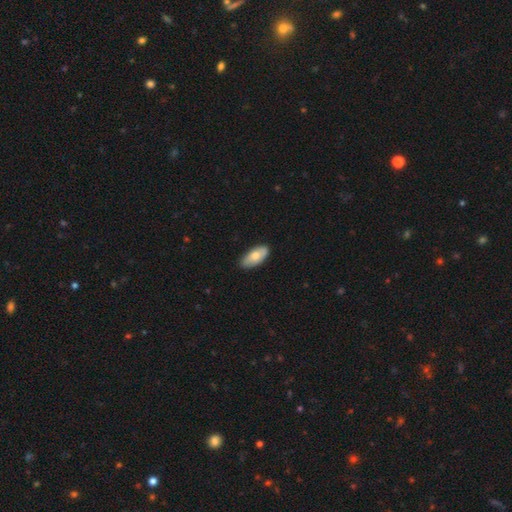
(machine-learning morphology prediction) A smooth galaxy with no disk features (72%) that is in between round and cigar-shaped (90%).

Vote fractions:
- Smooth or featured? smooth: 72% / featured or disk: 23% / star or artifact: 5%
- How rounded? in between: 90% / cigar-shaped: 8% / round: 2%
- Merging? none: 85% / minor disturbance: 12% / major disturbance: 2% / merger: 1%